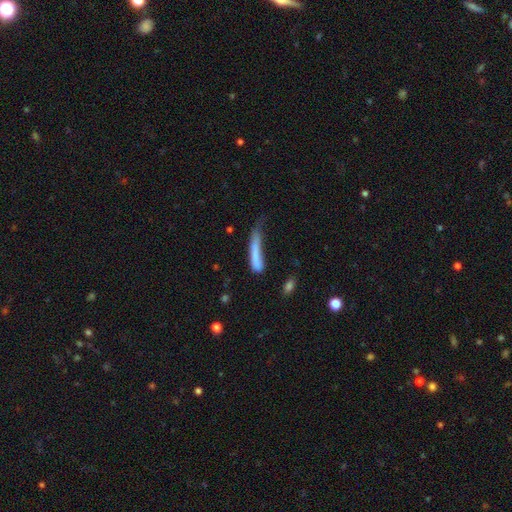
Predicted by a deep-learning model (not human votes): smooth 71%, featured or disk 20%, star or artifact 8%. Down the decision tree: how rounded — cigar-shaped (87%); merging — major disturbance (32%).